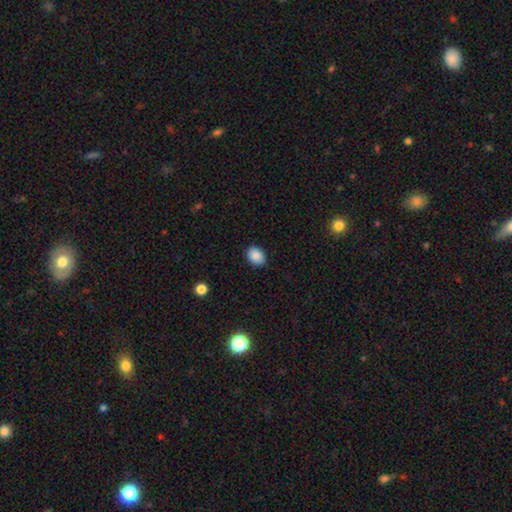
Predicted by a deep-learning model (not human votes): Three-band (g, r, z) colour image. It shows a smooth galaxy with no disk features (89%) that is in between round and cigar-shaped (66%). Merging: none (89%).